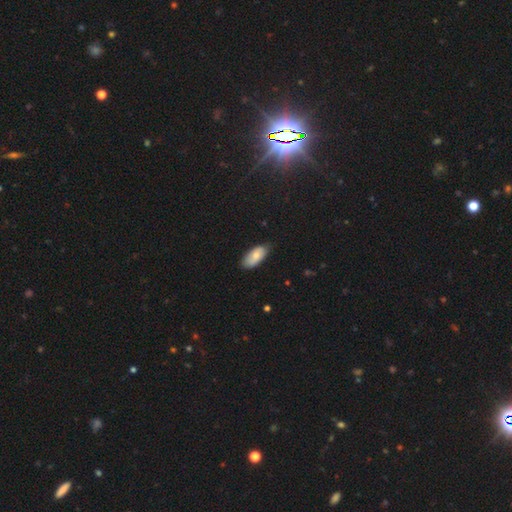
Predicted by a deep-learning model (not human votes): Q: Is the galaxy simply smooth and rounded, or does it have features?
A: smooth — 78%.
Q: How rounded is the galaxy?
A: in between — 91%.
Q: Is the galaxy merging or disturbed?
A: none — 73%.